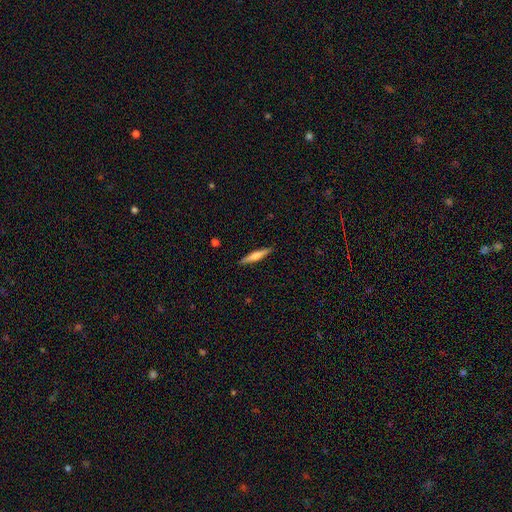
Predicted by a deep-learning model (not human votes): smooth-or-featured: featured or disk: 48% | smooth: 46% | star or artifact: 6%
  merging: none: 91% | minor disturbance: 7% | major disturbance: 1% | merger: 1%